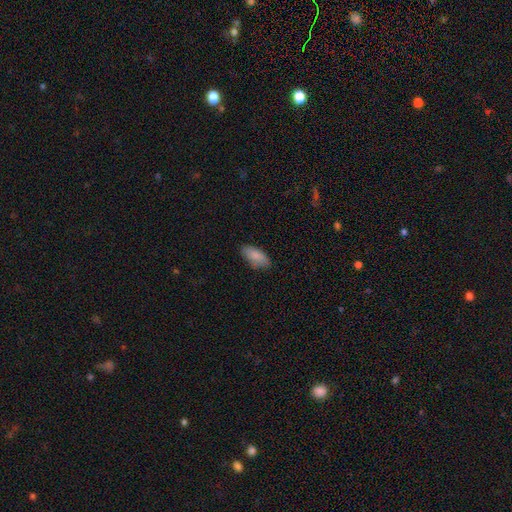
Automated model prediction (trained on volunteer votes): smooth 87%, featured or disk 7%, star or artifact 6%. Down the decision tree: how rounded — in between (87%); merging — none (80%).